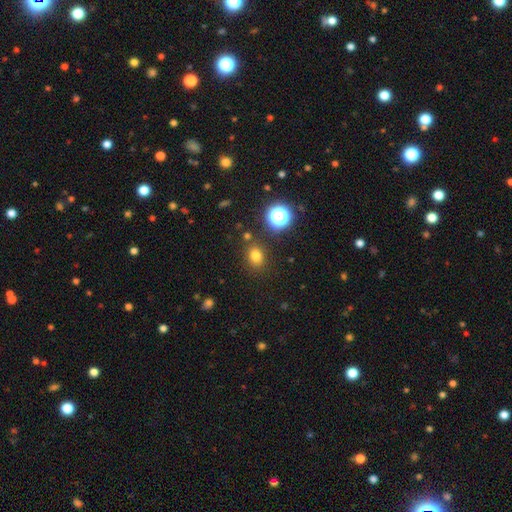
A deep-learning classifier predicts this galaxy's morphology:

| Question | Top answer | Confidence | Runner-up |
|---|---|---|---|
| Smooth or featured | smooth | 76% | star or artifact (17%) |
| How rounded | round | 56% | in between (43%) |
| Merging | none | 82% | minor disturbance (10%) |